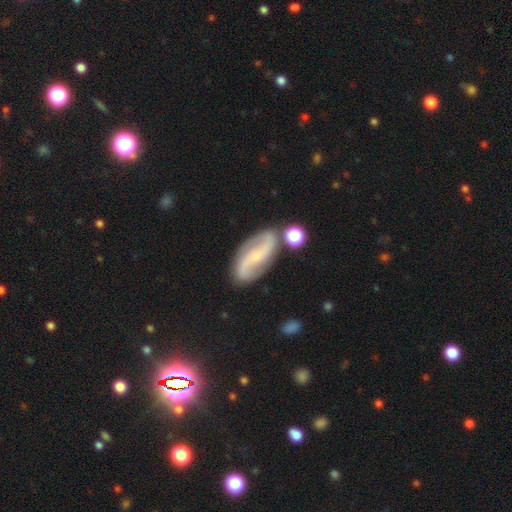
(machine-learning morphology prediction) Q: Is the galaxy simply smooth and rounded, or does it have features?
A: featured or disk — 82%.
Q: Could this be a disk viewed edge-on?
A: no — 95%.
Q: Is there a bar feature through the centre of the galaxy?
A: no — 45%.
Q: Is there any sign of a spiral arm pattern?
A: yes — 96%.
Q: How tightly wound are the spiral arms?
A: loose — 49%.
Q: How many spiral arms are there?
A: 2 — 93%.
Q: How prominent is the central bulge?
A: small — 70%.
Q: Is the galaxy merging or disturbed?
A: none — 80%.